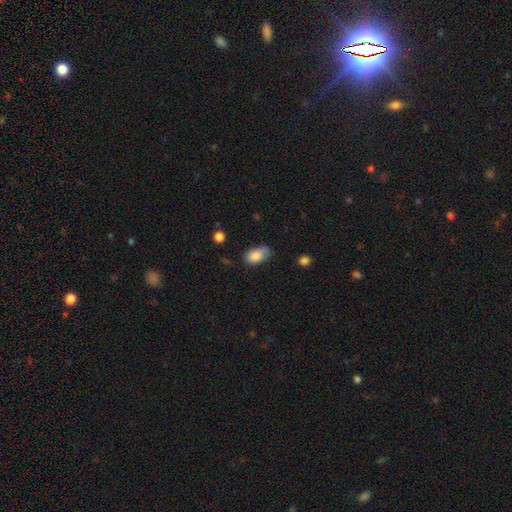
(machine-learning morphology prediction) A smooth galaxy with no disk features (85%) that is in between round and cigar-shaped (91%).

Vote fractions:
- Smooth or featured? smooth: 85% / featured or disk: 8% / star or artifact: 7%
- How rounded? in between: 91% / round: 7% / cigar-shaped: 2%
- Merging? none: 55% / minor disturbance: 35% / major disturbance: 8% / merger: 2%